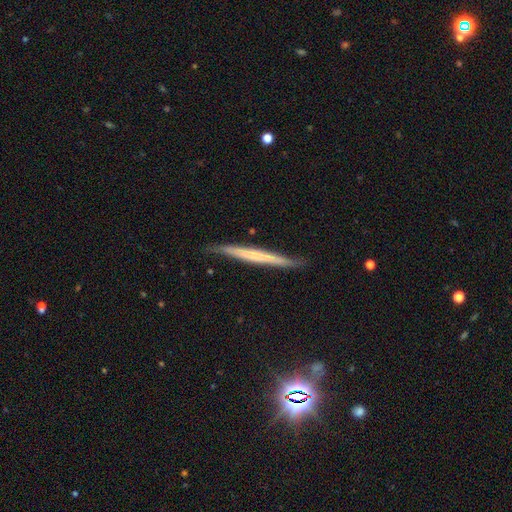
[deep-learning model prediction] Overall: featured or disk (51%; smooth 42%). Edge-on disk: yes (95%). Merging: none (83%).